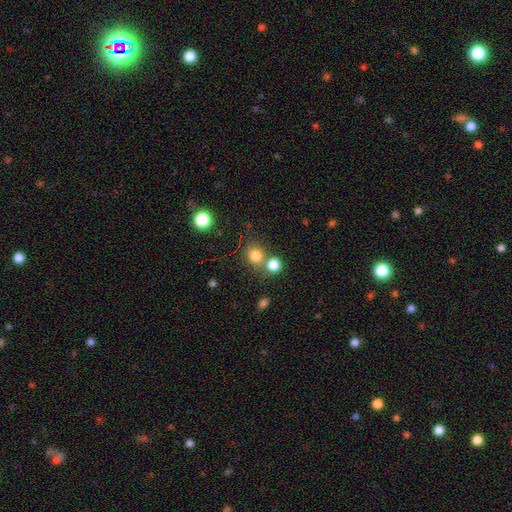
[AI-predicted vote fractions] smooth 79%, star or artifact 14%, featured or disk 7%. Down the decision tree: how rounded — round (79%); merging — none (63%).